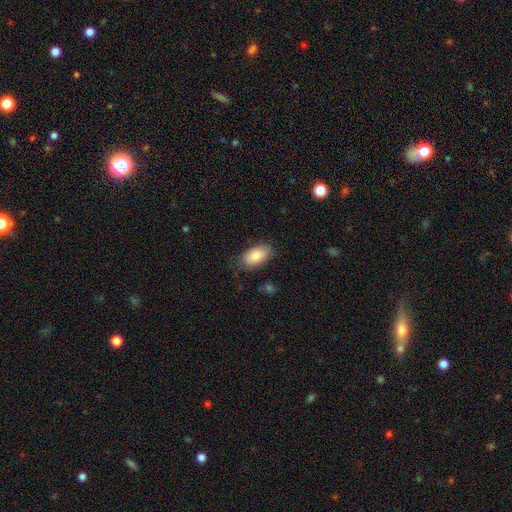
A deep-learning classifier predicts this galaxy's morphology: Smooth or featured? Predicted: smooth (p=0.85). How rounded? Predicted: in between (p=0.94). Merging? Predicted: none (p=0.79).